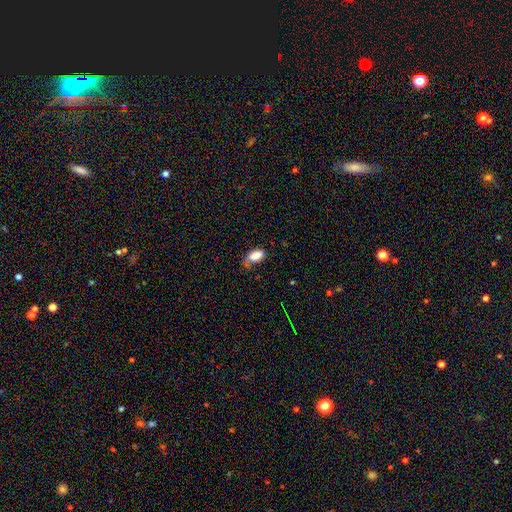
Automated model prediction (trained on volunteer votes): This is clearly a smooth galaxy (83%). How rounded: clearly in between (92%). Merging: marginally none (44%).